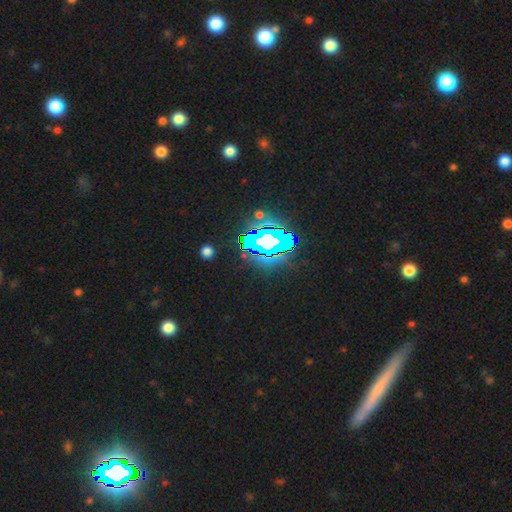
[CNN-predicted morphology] Q: Smooth or featured?
A: star or artifact (74%); runner-up: smooth (14%)